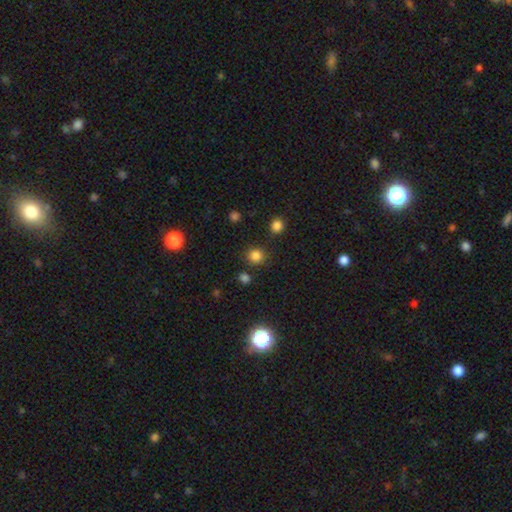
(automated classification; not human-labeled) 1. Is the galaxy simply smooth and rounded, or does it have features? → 80% smooth, 16% star or artifact, 4% featured or disk.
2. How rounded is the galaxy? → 90% round, 9% in between, 1% cigar-shaped.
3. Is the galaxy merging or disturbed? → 84% none, 8% minor disturbance, 5% merger, 3% major disturbance.